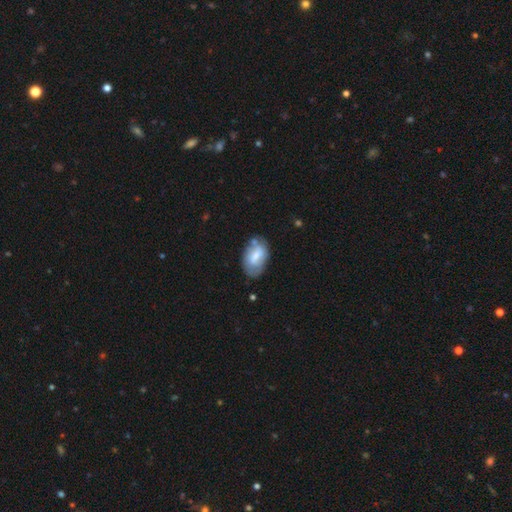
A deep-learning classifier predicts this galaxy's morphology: A smooth galaxy with no disk features (55%) that is in between round and cigar-shaped (91%). Merging: none (62%).